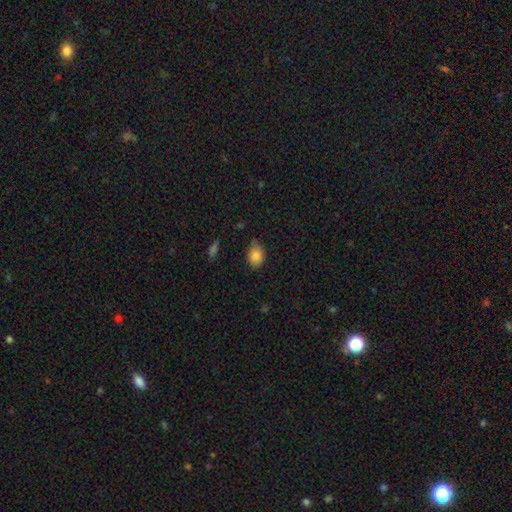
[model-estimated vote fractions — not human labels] A smooth galaxy with no disk features (85%) that is in between round and cigar-shaped (68%). Merging: none (66%).